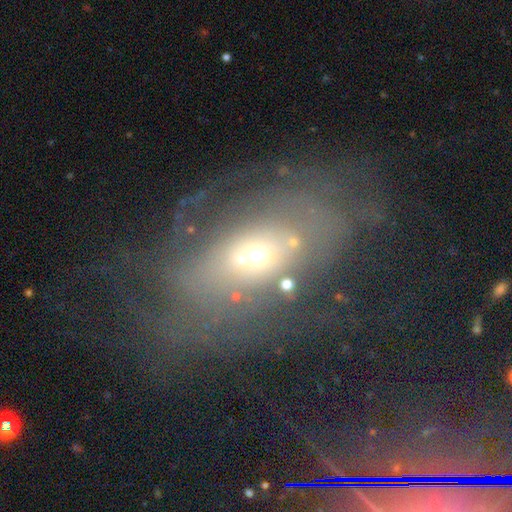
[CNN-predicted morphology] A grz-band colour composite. It shows a featured or disk galaxy (44%). Merging: none (46%).